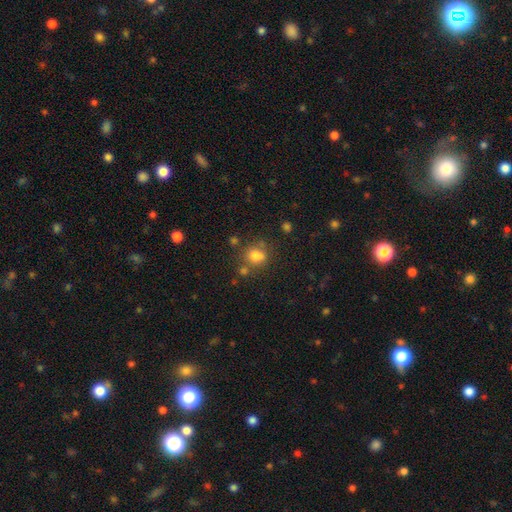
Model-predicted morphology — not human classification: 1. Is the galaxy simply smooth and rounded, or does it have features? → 74% smooth, 15% star or artifact, 11% featured or disk.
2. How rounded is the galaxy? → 59% round, 40% in between, 1% cigar-shaped.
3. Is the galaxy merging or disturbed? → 55% none, 18% merger, 18% minor disturbance, 8% major disturbance.